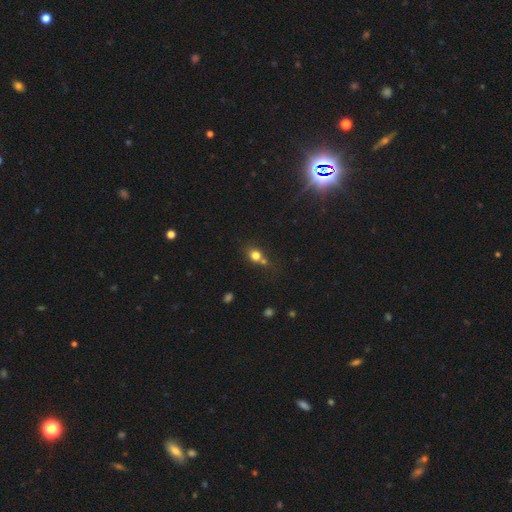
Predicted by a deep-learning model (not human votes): smooth-or-featured: smooth: 76% | star or artifact: 14% | featured or disk: 10%
  how-rounded: round: 70% | in between: 29% | cigar-shaped: 1%
  merging: none: 51% | merger: 30% | minor disturbance: 13% | major disturbance: 6%